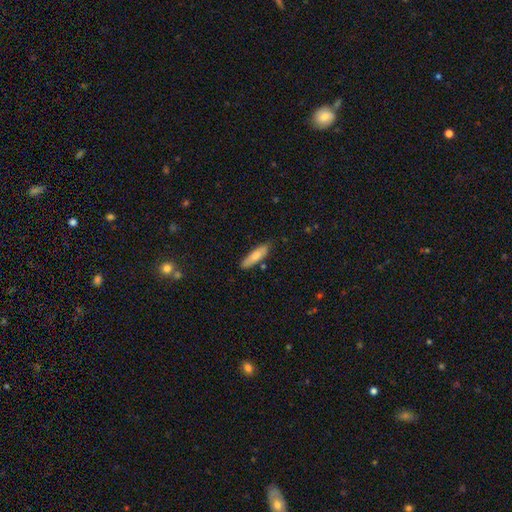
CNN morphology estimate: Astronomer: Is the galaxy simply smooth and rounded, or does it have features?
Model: smooth — 73%.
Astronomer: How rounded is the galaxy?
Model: cigar-shaped — 66%.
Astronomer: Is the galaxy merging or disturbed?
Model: none — 82%.